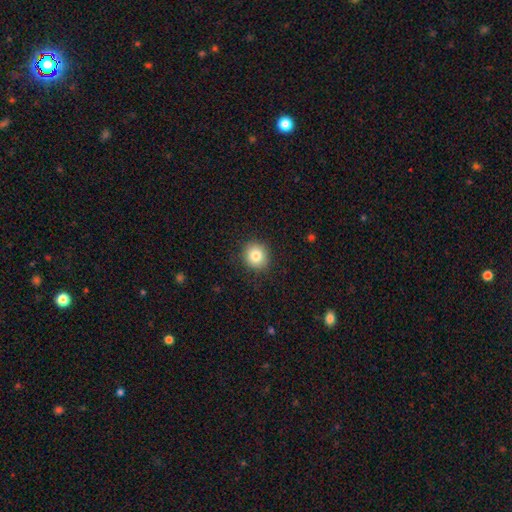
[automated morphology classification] type=smooth (83%); roundness=round (87%); merging=none (89%).